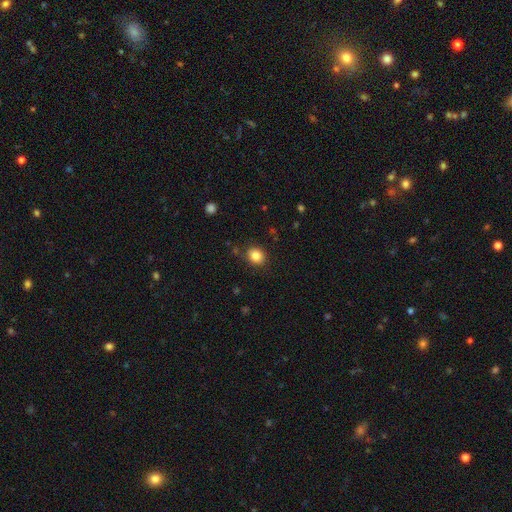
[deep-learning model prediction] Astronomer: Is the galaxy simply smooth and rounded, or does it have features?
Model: smooth — 85%.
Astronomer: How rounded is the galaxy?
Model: round — 62% (runner-up: in between, 37%).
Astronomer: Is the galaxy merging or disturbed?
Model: none — 85%.